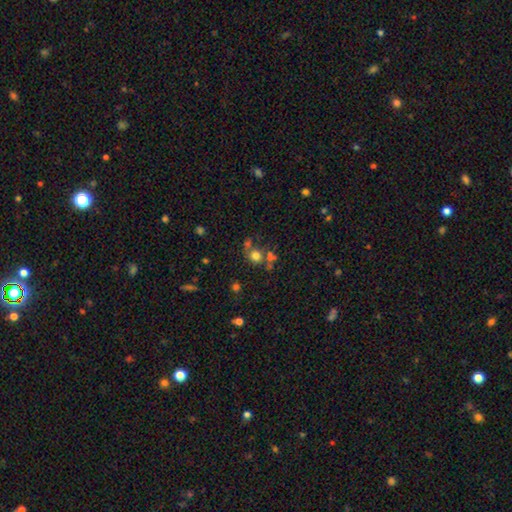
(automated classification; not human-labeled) Overall: smooth (70%). How rounded: round (83%). Merging: none (55%; merger 27%).